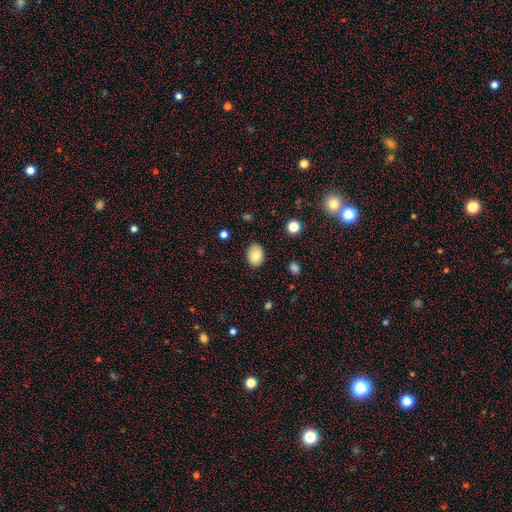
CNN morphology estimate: A smooth galaxy with no disk features (80%) that is in between round and cigar-shaped (72%). Merging: none (86%).